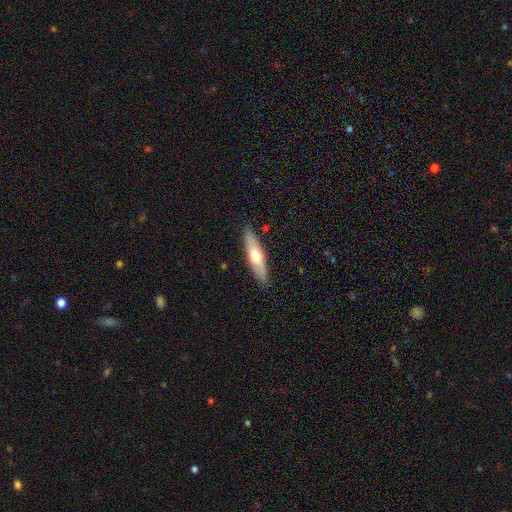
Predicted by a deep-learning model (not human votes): This appears to be a smooth galaxy with no disk features (54%) that is cigar-shaped (68%). Merging: none (89%).